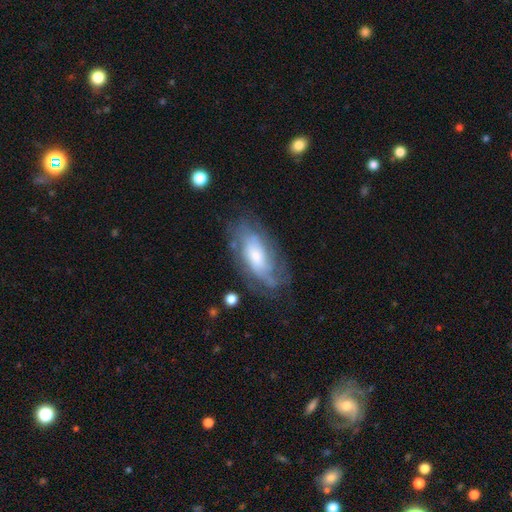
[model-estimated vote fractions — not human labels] This appears to be a featured or disk galaxy (65%) with no bar (66%), spiral arms (82%) and a moderate central bulge (41%). Merging: none (65%).